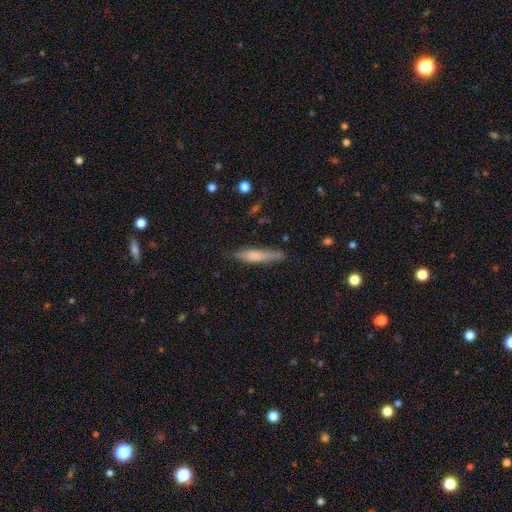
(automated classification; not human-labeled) Overall: smooth (65%; featured or disk 28%). How rounded: cigar-shaped (87%). Merging: none (75%).